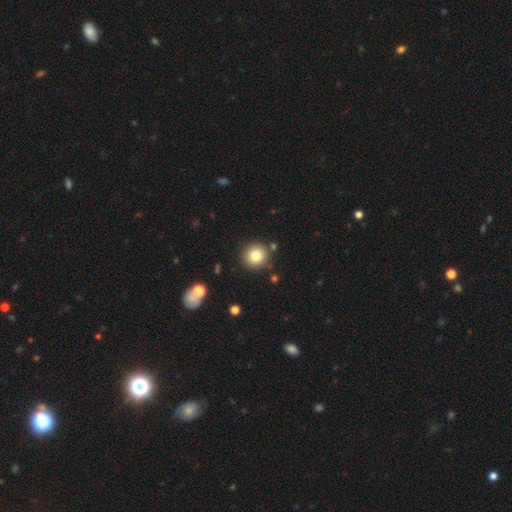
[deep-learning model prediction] This appears to be a smooth galaxy with no disk features (81%) that is round (92%). Merging: none (86%).